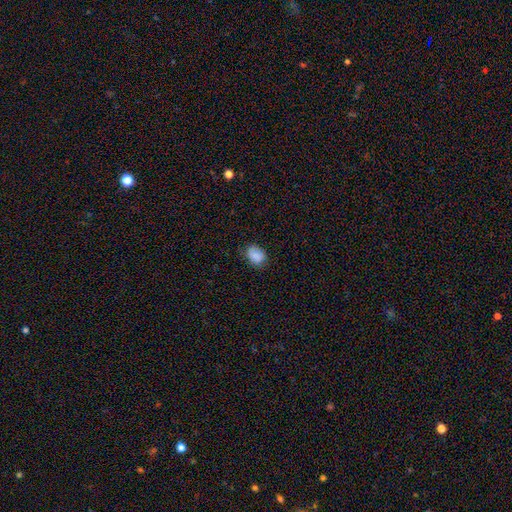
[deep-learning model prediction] Q: Smooth or featured?
A: smooth (84%); runner-up: star or artifact (8%)
Q: How rounded?
A: in between (72%); runner-up: round (27%)
Q: Merging?
A: none (71%); runner-up: minor disturbance (23%)